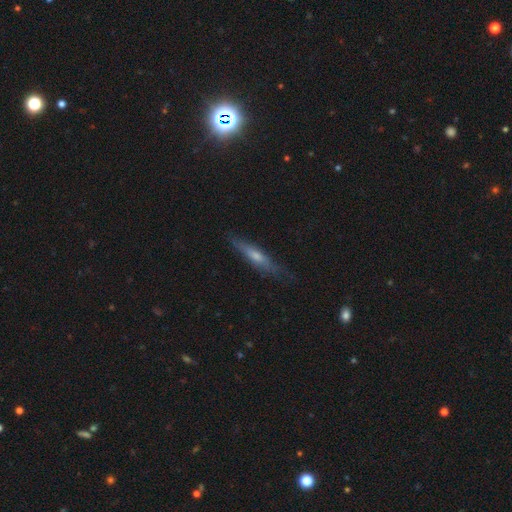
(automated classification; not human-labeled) featured or disk 52%, smooth 40%, star or artifact 8%. Down the decision tree: edge-on disk — yes (85%); merging — none (78%).